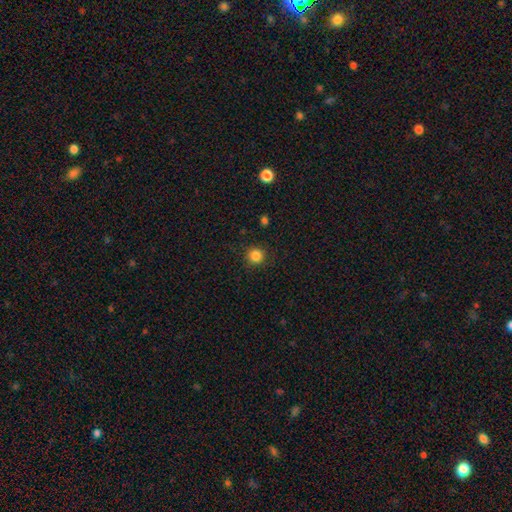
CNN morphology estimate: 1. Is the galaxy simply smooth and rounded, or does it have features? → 85% smooth, 12% star or artifact, 4% featured or disk.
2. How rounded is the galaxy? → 95% round, 4% in between, 1% cigar-shaped.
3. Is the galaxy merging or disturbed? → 90% none, 6% minor disturbance, 2% major disturbance, 1% merger.